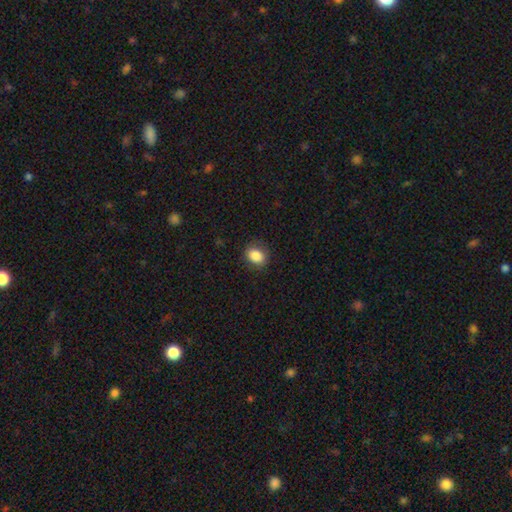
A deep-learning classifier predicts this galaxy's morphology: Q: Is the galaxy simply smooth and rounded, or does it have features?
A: smooth — 86%.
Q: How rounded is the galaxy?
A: in between — 59%.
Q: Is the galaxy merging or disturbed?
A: none — 85%.